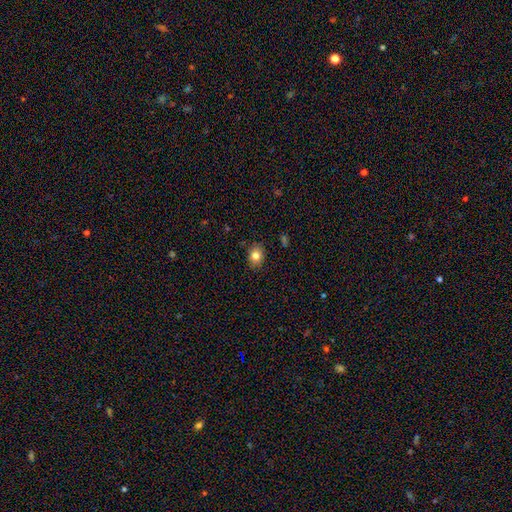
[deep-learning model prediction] Smooth or featured: smooth — 80% (star or artifact — 11%)
How rounded: in between — 54% (round — 45%)
Merging: none — 85% (minor disturbance — 11%)